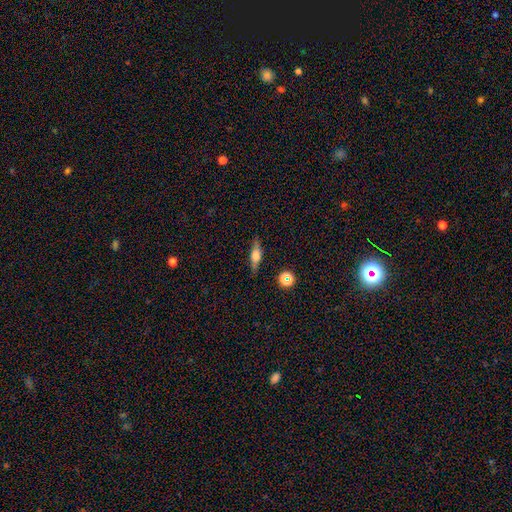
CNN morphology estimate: Smooth or featured? smooth (46%)
Merging? none (81%)